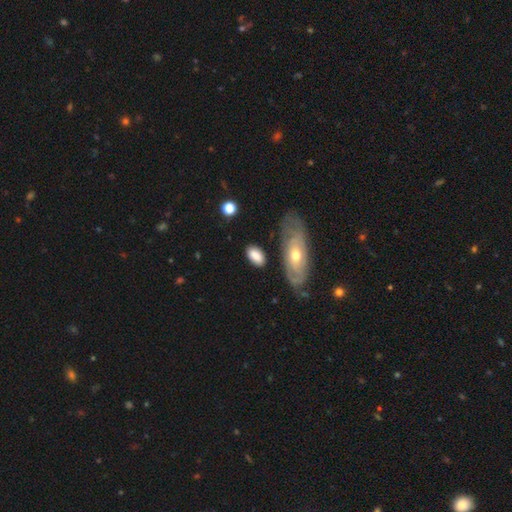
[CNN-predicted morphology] smooth-or-featured: smooth: 77% | featured or disk: 17% | star or artifact: 6%
  how-rounded: in between: 89% | round: 6% | cigar-shaped: 5%
  merging: none: 73% | minor disturbance: 16% | major disturbance: 6% | merger: 5%